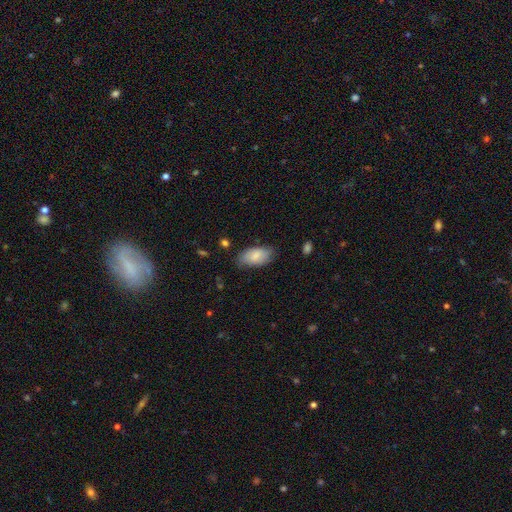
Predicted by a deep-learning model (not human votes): Morphology: type=smooth (80%); roundness=in between (94%); merging=none (74%).